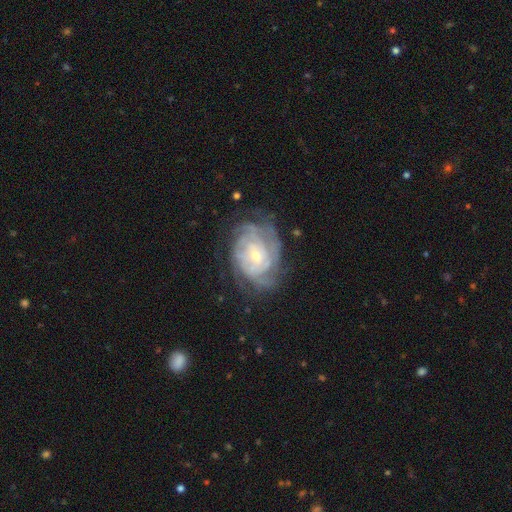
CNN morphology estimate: smooth-or-featured: featured or disk: 84% | smooth: 10% | star or artifact: 6%
  disk-edge-on: no: 97% | yes: 3%
    bar: no: 65% | weak: 29% | strong: 6%
    has-spiral-arms: yes: 94% | no: 6%
      spiral-winding: tight: 73% | medium: 22% | loose: 5%
      spiral-arm-count: can't tell: 43% | 4: 20% | 3: 13% | 2: 11% | more than 4: 8% | 1: 5%
    bulge-size: small: 66% | moderate: 30% | large: 2% | none: 1% | dominant: 1%
  merging: none: 67% | minor disturbance: 21% | major disturbance: 11% | merger: 1%